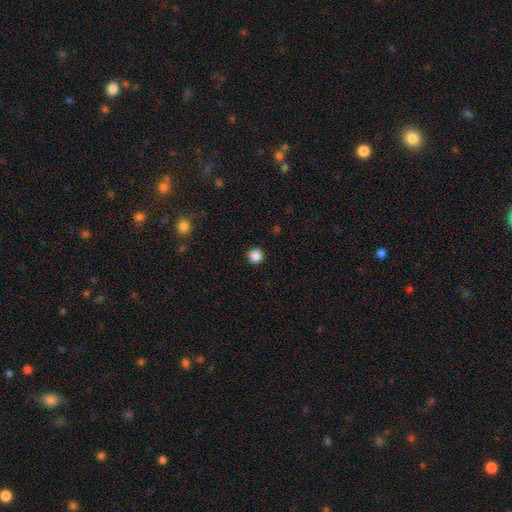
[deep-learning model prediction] This appears to be a smooth galaxy with no disk features (87%) that is round (94%). Merging: none (92%).